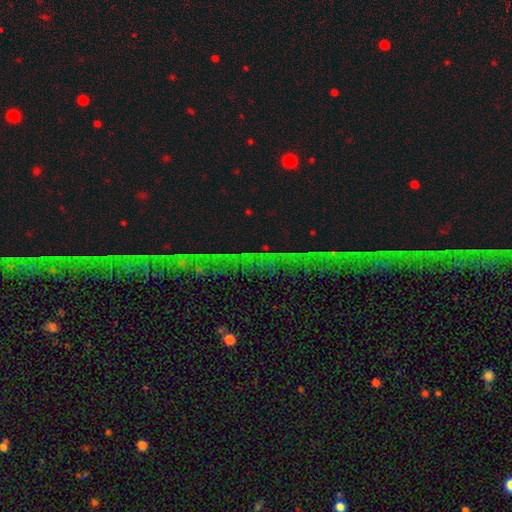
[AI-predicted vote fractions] Overall: star or artifact (75%).